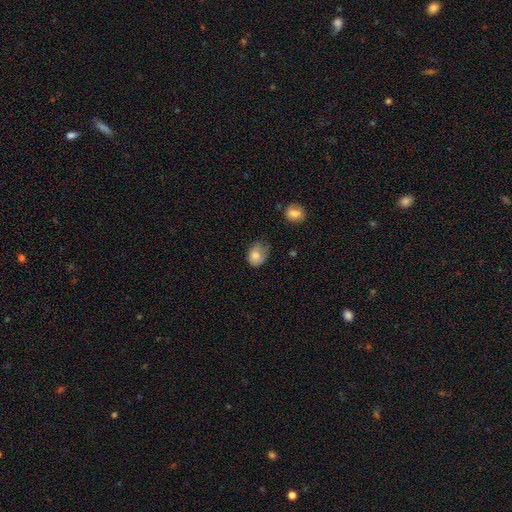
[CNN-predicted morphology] Smooth or featured?
  - smooth: 77% *
  - featured or disk: 14%
  - star or artifact: 8%
How rounded?
  - in between: 62% *
  - round: 37%
  - cigar-shaped: 1%
Merging?
  - minor disturbance: 44% *
  - none: 35%
  - major disturbance: 19%
  - merger: 2%